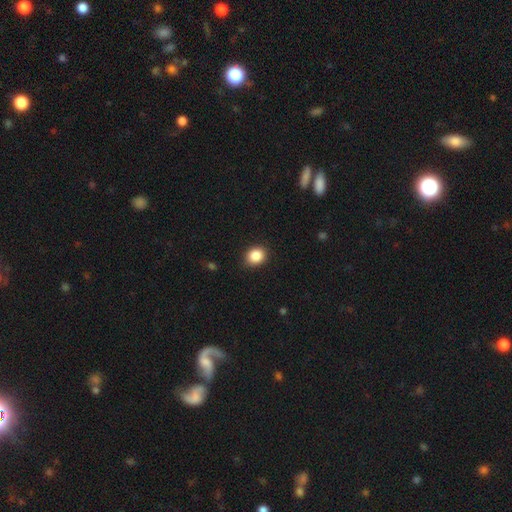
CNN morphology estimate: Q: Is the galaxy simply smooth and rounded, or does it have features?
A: smooth — 87%.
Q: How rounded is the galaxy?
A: round — 62%.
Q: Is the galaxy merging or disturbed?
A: none — 88%.